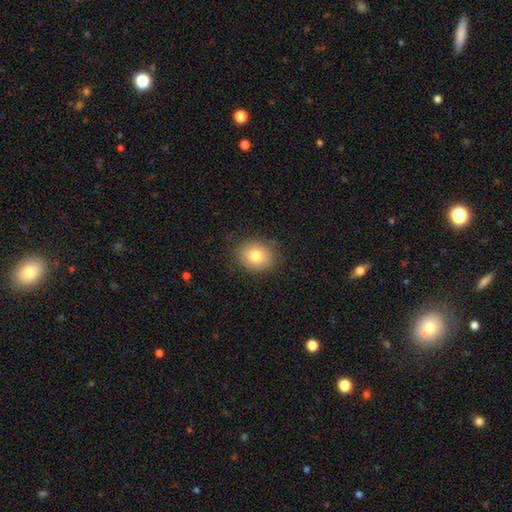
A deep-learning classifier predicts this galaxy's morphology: This appears to be a smooth galaxy with no disk features (79%) that is round (61%). Merging: none (85%).